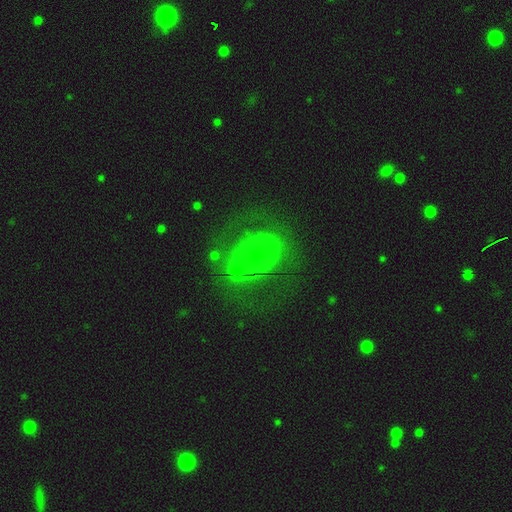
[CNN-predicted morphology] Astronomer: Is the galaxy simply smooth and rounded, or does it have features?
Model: featured or disk — 62%.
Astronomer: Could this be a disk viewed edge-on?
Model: no — 97%.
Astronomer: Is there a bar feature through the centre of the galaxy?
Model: no — 66%.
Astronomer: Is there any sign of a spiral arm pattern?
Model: no — 52% (runner-up: yes, 48%).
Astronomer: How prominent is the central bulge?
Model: small — 55% (runner-up: moderate, 39%).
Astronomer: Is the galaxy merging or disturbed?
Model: none — 61%.